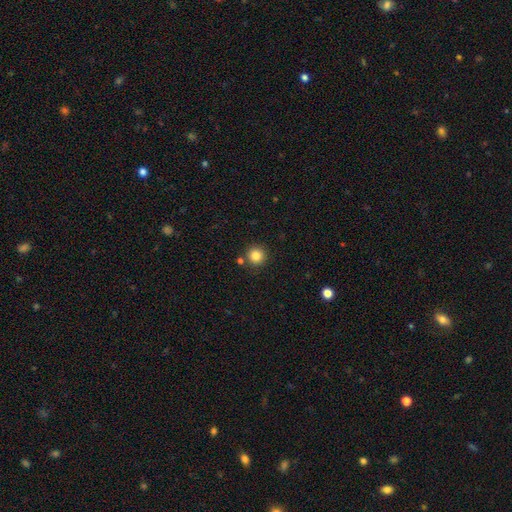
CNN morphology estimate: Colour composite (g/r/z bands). It shows a smooth galaxy with no disk features (84%) that is round (95%). Merging: none (85%).